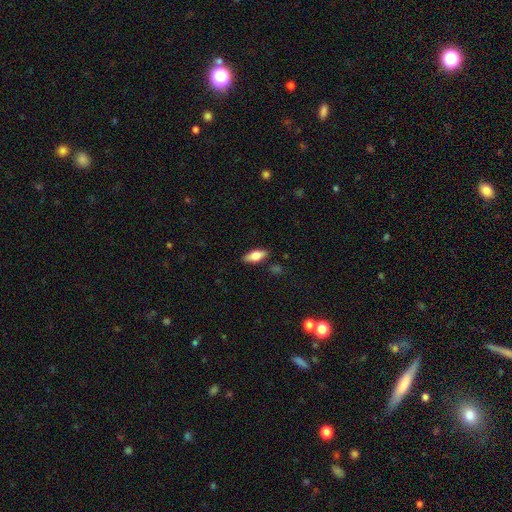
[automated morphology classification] Overall: smooth (68%). How rounded: in between (76%). Merging: none (86%).